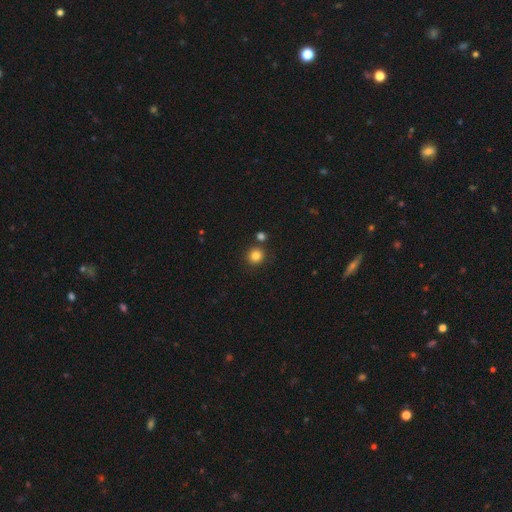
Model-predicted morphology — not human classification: Smooth or featured? smooth (83%)
How rounded? round (90%)
Merging? none (82%)